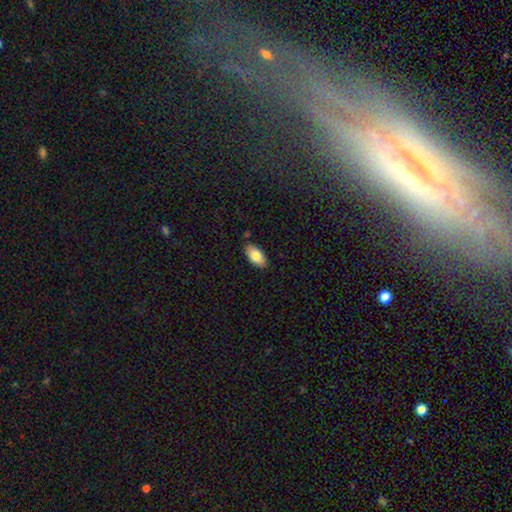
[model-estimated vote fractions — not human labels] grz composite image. It shows a smooth galaxy with no disk features (81%) that is in between round and cigar-shaped (94%). Merging: none (85%).